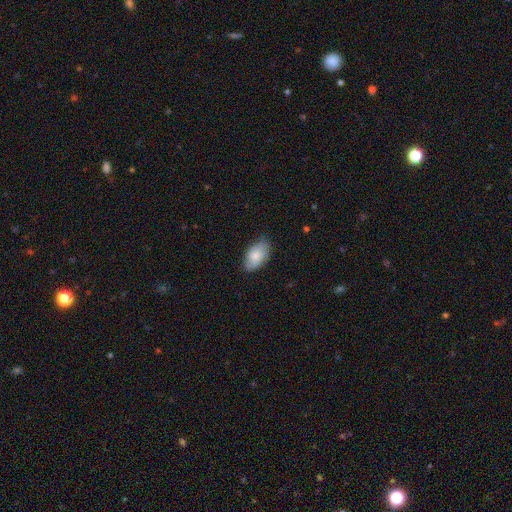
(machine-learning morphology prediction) smooth-or-featured: smooth: 75% | featured or disk: 19% | star or artifact: 6%
  how-rounded: in between: 94% | round: 5% | cigar-shaped: 2%
  merging: none: 75% | minor disturbance: 20% | major disturbance: 3% | merger: 1%